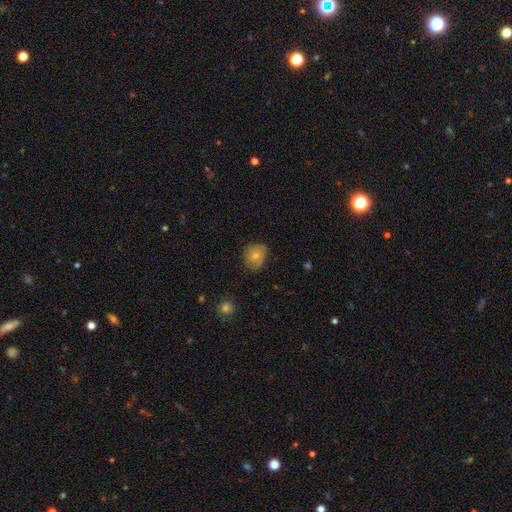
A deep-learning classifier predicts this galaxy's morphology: A smooth galaxy with no disk features (60%) that is round (68%).

Vote fractions:
- Smooth or featured? smooth: 60% / featured or disk: 30% / star or artifact: 10%
- How rounded? round: 68% / in between: 31% / cigar-shaped: 1%
- Merging? none: 69% / minor disturbance: 24% / major disturbance: 6% / merger: 1%